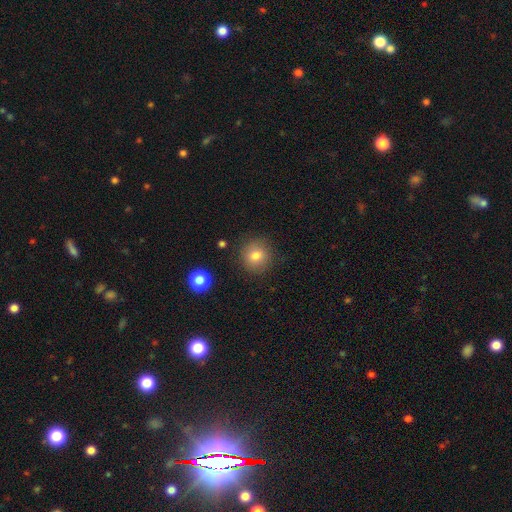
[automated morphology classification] smooth 80%, star or artifact 11%, featured or disk 9%. Down the decision tree: how rounded — round (90%); merging — none (86%).